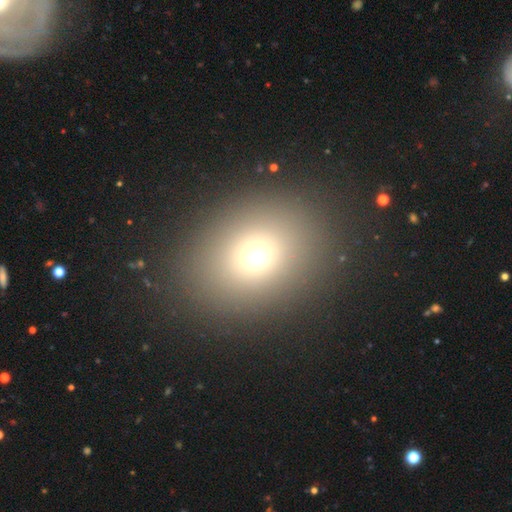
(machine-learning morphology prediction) Smooth or featured: smooth — 68% (star or artifact — 20%)
How rounded: round — 56% (in between — 43%)
Merging: none — 86% (minor disturbance — 7%)